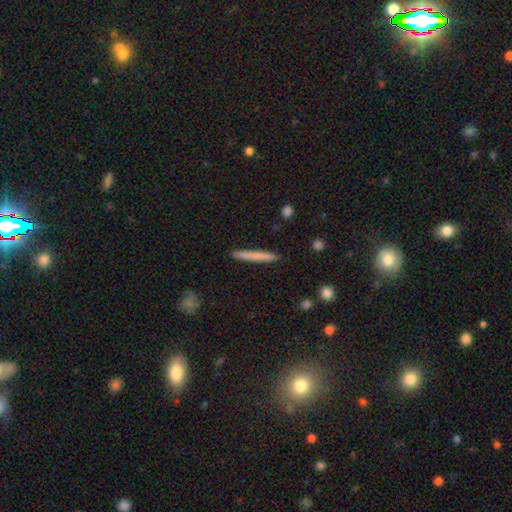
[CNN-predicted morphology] The model was most divided on "smooth or featured": smooth: 71%, featured or disk: 23%, star or artifact: 6%. More confident: how rounded — cigar-shaped (96%); merging — none (91%).